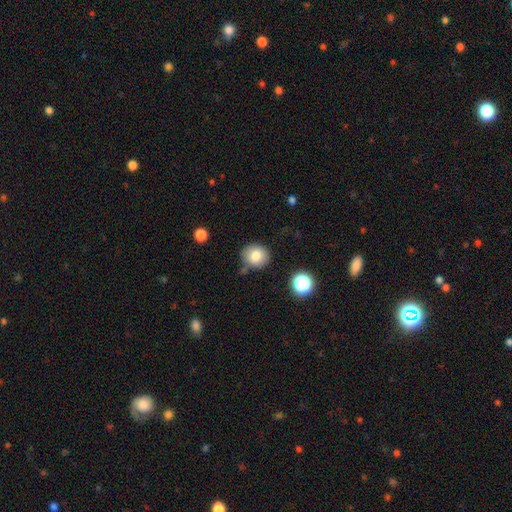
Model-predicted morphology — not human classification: smooth 80%, star or artifact 10%, featured or disk 10%. Down the decision tree: how rounded — round (78%); merging — none (76%).